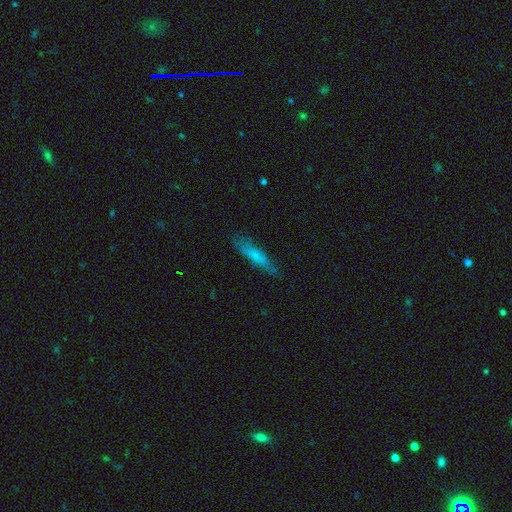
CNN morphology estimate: smooth_or_featured: smooth (p=0.64) [alt: featured or disk p=0.29]
how_rounded: cigar-shaped (p=0.84) [alt: in between p=0.15]
merging: none (p=0.77) [alt: minor disturbance p=0.18]